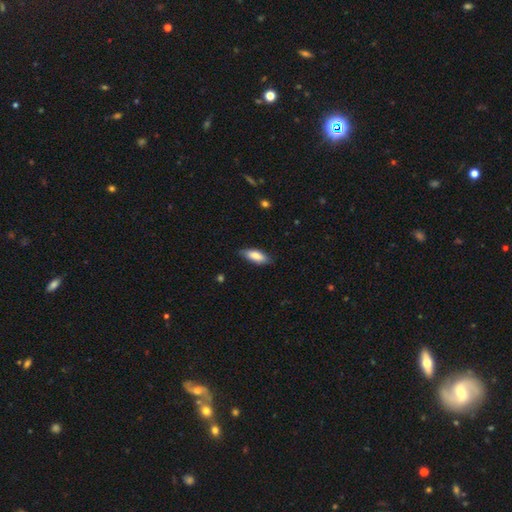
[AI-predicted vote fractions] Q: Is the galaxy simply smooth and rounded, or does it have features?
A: smooth — 83%.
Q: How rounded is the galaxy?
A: in between — 72%.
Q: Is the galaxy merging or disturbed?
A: none — 82%.